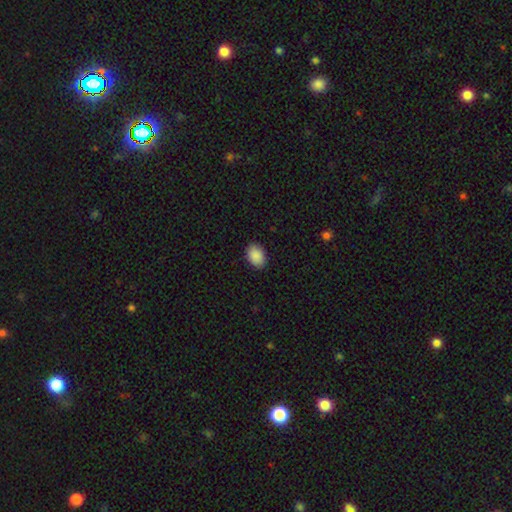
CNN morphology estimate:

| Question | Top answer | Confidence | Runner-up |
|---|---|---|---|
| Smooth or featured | smooth | 90% | star or artifact (7%) |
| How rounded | in between | 81% | round (18%) |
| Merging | none | 89% | minor disturbance (9%) |